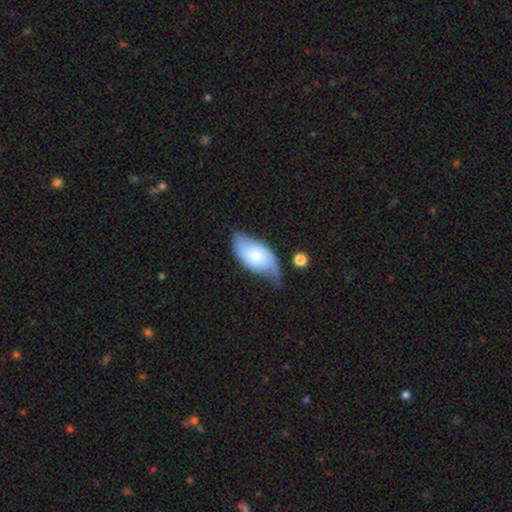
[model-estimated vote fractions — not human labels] A smooth galaxy with no disk features (57%) that is in between round and cigar-shaped (93%).

Vote fractions:
- Smooth or featured? smooth: 57% / featured or disk: 37% / star or artifact: 6%
- How rounded? in between: 93% / cigar-shaped: 4% / round: 3%
- Merging? minor disturbance: 42% / none: 40% / major disturbance: 14% / merger: 4%